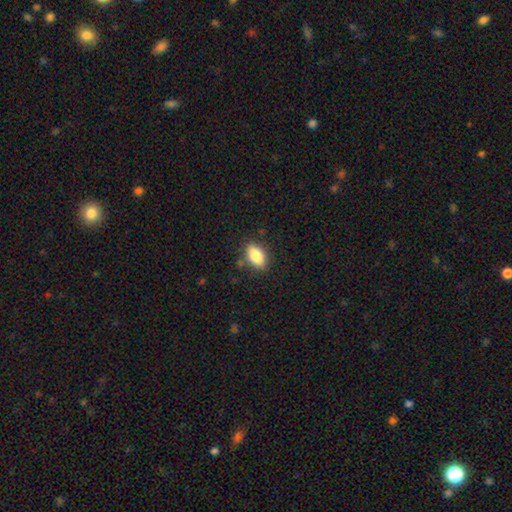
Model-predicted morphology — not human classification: Q: Smooth or featured?
A: smooth (85%); runner-up: featured or disk (8%)
Q: How rounded?
A: in between (89%); runner-up: round (6%)
Q: Merging?
A: none (83%); runner-up: minor disturbance (12%)